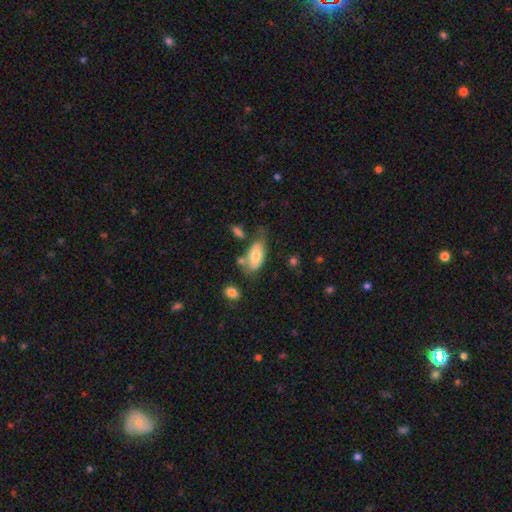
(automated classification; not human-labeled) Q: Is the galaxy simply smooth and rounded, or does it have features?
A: smooth — 66%.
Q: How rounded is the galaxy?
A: in between — 91%.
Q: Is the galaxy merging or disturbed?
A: none — 45%.